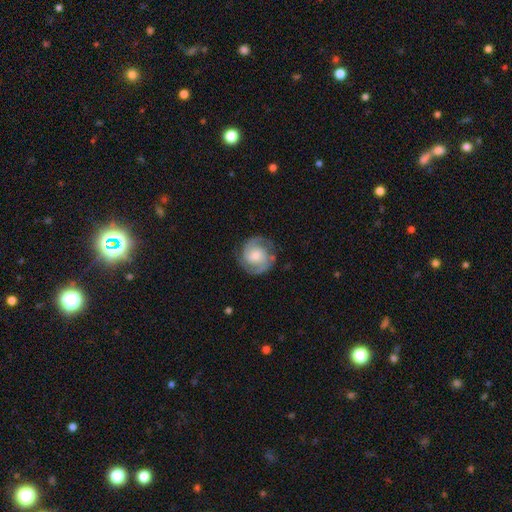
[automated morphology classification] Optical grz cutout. It shows a featured or disk galaxy (80%) with no bar (60%), 2 (86%) tight (49%) spiral arms (96%) and a moderate central bulge (47%). Merging: none (81%).